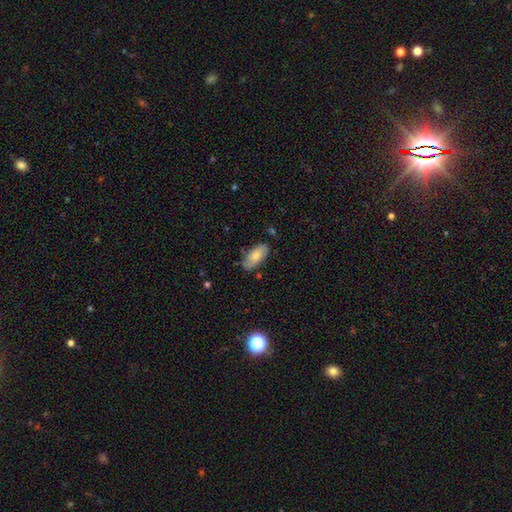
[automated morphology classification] The model was most divided on "merging": none: 75%, minor disturbance: 19%, major disturbance: 3%, merger: 3%. More confident: how rounded — in between (90%); smooth or featured — smooth (75%).